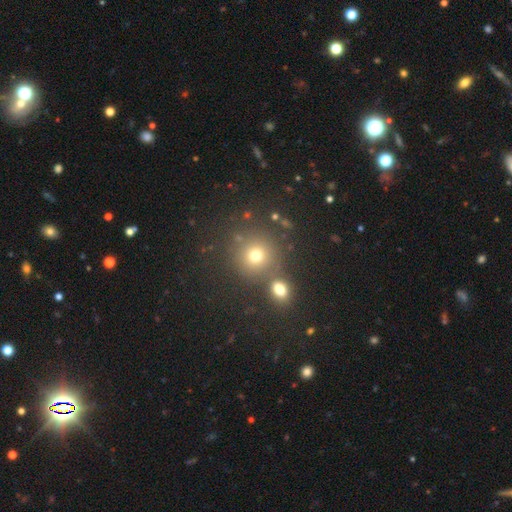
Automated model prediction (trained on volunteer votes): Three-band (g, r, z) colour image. It shows a smooth galaxy with no disk features (73%) that is round (89%). Merging: none (69%).